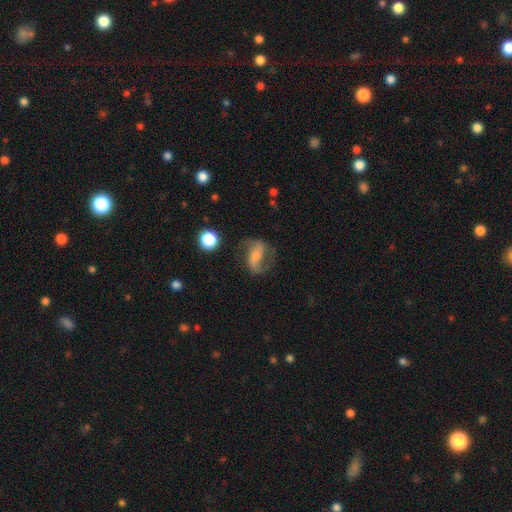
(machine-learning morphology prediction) This is likely a featured or disk galaxy (71%). It is clearly not viewed edge-on (96%). Bar: marginally strong (37%). Spiral arm pattern: clearly yes (90%). Spiral arm count: clearly 2 (88%). Spiral winding: possibly loose (56%). Central bulge: possibly small (47%). Merging: likely none (62%).